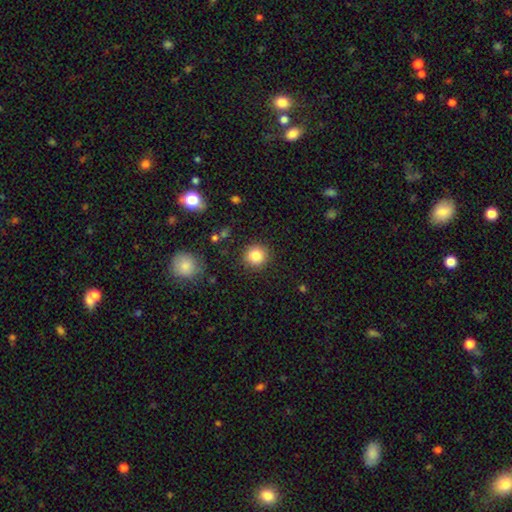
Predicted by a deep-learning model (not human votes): smooth 83%, star or artifact 11%, featured or disk 6%. Down the decision tree: how rounded — round (91%); merging — none (90%).